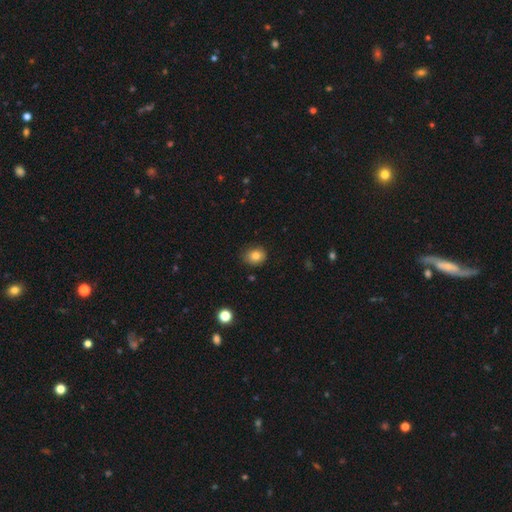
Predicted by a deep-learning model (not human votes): Smooth or featured: smooth — 81% (star or artifact — 11%)
How rounded: round — 63% (in between — 36%)
Merging: none — 82% (minor disturbance — 14%)